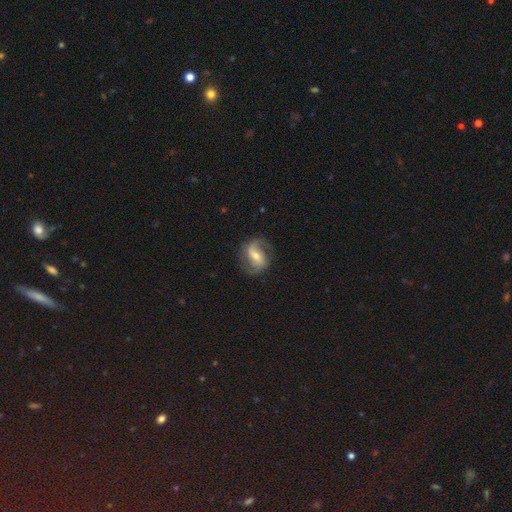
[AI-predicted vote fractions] smooth_or_featured: featured or disk (p=0.84) [alt: smooth p=0.10]
disk_edge_on: no (p=0.97) [alt: yes p=0.03]
bar: weak (p=0.45) [alt: strong p=0.28]
has_spiral_arms: yes (p=0.96) [alt: no p=0.04]
spiral_winding: medium (p=0.48) [alt: loose p=0.37]
spiral_arm_count: 2 (p=0.89) [alt: can't tell p=0.04]
bulge_size: moderate (p=0.54) [alt: small p=0.40]
merging: none (p=0.78) [alt: minor disturbance p=0.15]